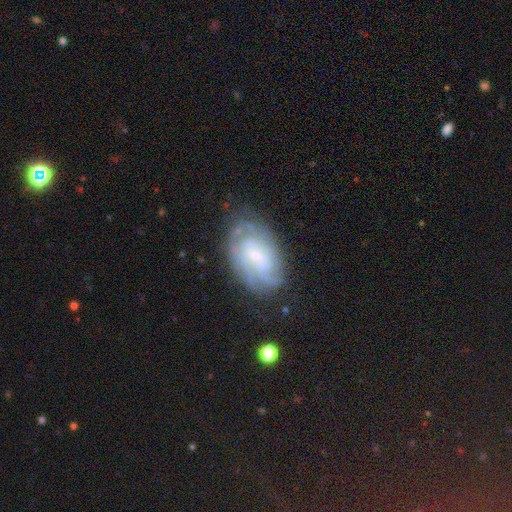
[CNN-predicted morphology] A featured or disk galaxy (79%) with no bar (47%), tight (68%) spiral arms (92%) and a small central bulge (65%).

Vote fractions:
- Smooth or featured? featured or disk: 79% / smooth: 14% / star or artifact: 7%
- Edge-on disk? no: 96% / yes: 4%
- Bar? no: 47% / weak: 44% / strong: 9%
- Spiral arms? yes: 92% / no: 8%
- Spiral winding? tight: 68% / medium: 26% / loose: 6%
- Spiral arm count? can't tell: 46% / 2: 18% / 3: 15% / 4: 11% / more than 4: 5% / 1: 5%
- Bulge size? small: 65% / moderate: 25% / none: 6% / large: 2% / dominant: 1%
- Merging? none: 71% / minor disturbance: 20% / major disturbance: 7% / merger: 2%